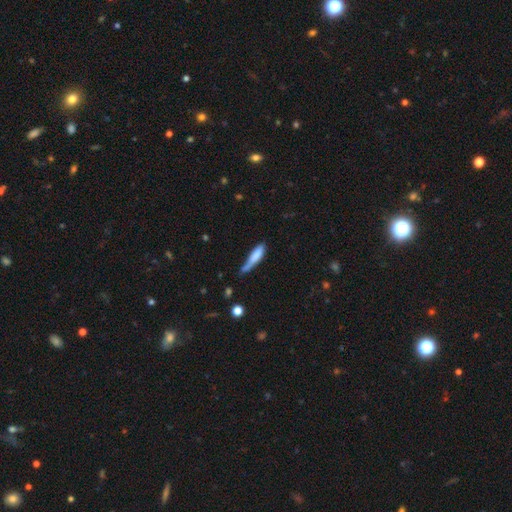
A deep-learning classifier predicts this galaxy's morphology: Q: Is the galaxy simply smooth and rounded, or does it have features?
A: smooth — 76%.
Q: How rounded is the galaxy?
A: cigar-shaped — 72%.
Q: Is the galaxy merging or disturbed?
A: minor disturbance — 40%.